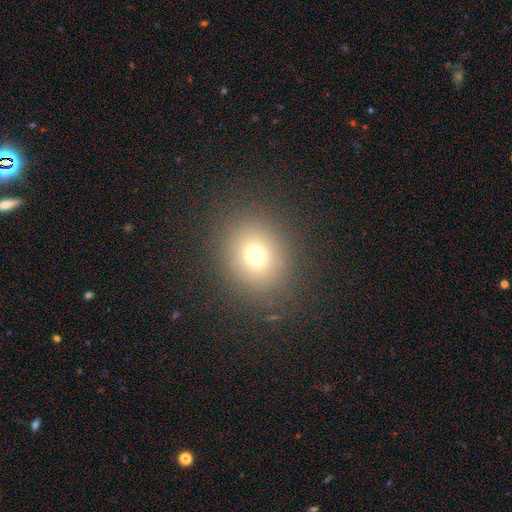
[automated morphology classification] A smooth galaxy with no disk features (73%) that is round (67%). Merging: none (87%).